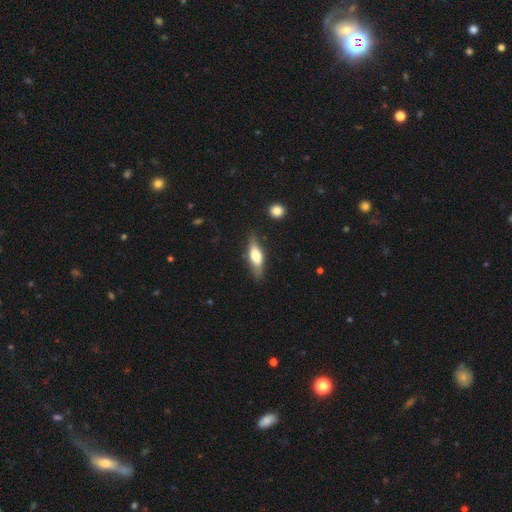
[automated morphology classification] A smooth galaxy with no disk features (57%) that is in between round and cigar-shaped (53%). Merging: none (78%).